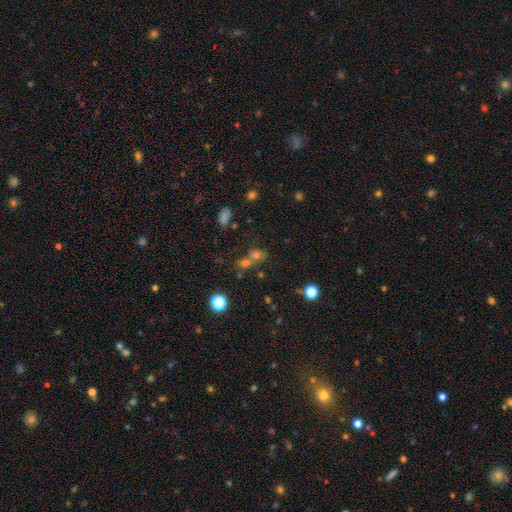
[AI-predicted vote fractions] The model was most divided on "merging": merger: 44%, none: 43%, minor disturbance: 8%, major disturbance: 5%. More confident: how rounded — round (74%); smooth or featured — smooth (55%).